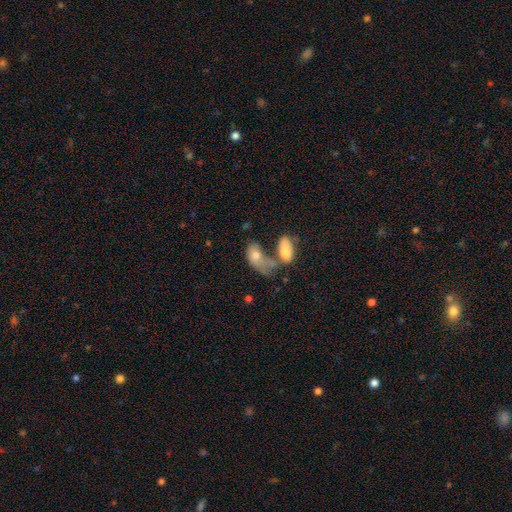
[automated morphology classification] type=smooth (67%); roundness=in between (89%); merging=merger (57%).